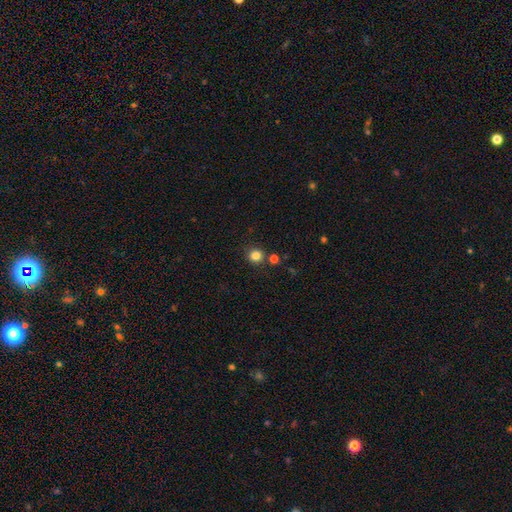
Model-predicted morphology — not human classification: type=smooth (83%); roundness=round (91%); merging=none (83%).